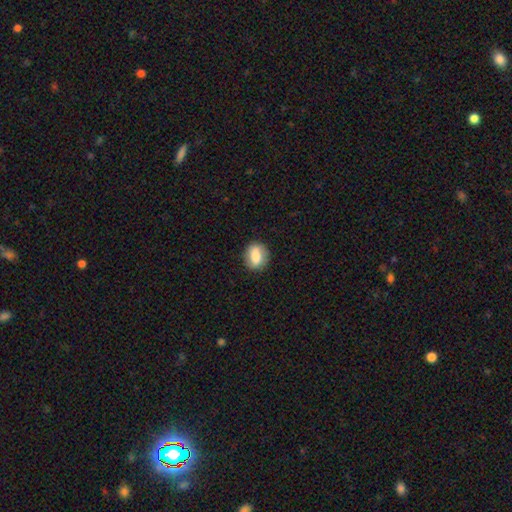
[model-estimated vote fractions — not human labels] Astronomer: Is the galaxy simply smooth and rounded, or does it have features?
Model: smooth — 72%.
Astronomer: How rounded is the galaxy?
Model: round — 49% (runner-up: in between, 48%).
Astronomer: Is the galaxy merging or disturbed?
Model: none — 84%.